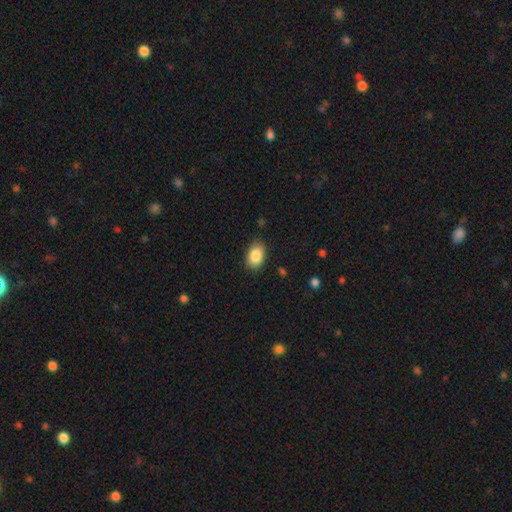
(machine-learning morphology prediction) A smooth galaxy with no disk features (86%) that is in between round and cigar-shaped (86%).

Vote fractions:
- Smooth or featured? smooth: 86% / star or artifact: 7% / featured or disk: 6%
- How rounded? in between: 86% / round: 13% / cigar-shaped: 1%
- Merging? none: 85% / minor disturbance: 11% / major disturbance: 2% / merger: 1%